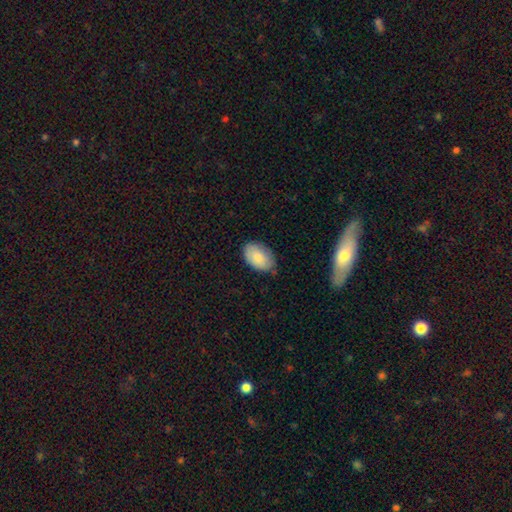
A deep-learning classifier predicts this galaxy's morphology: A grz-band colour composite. It shows a smooth galaxy with no disk features (83%) that is in between round and cigar-shaped (92%). Merging: none (75%).